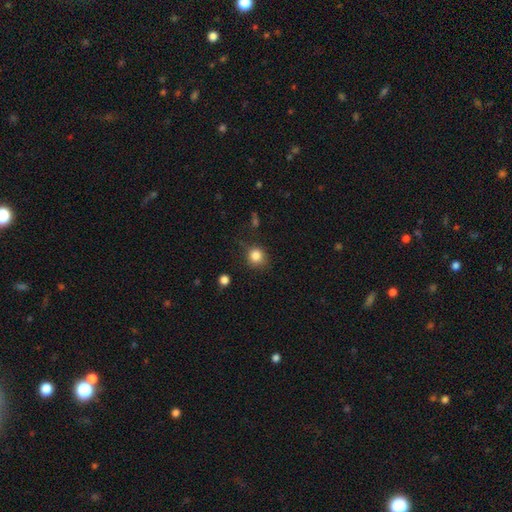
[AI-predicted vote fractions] The model was most divided on "merging": none: 78%, minor disturbance: 15%, major disturbance: 4%, merger: 2%. More confident: how rounded — round (87%); smooth or featured — smooth (84%).